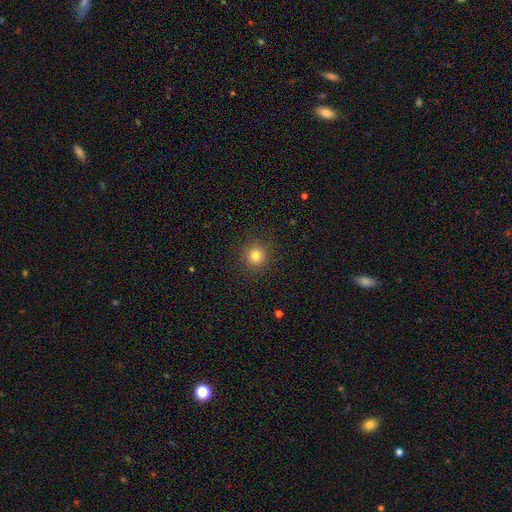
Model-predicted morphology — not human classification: Smooth or featured? smooth (80%)
How rounded? round (94%)
Merging? none (91%)